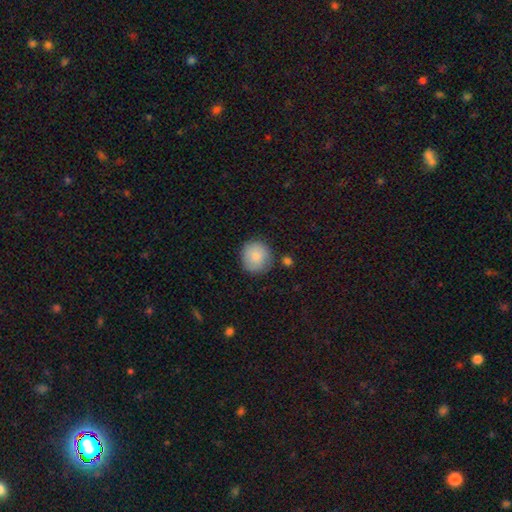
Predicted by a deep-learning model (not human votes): This is clearly a smooth galaxy (83%). How rounded: clearly round (92%). Merging: clearly none (80%).